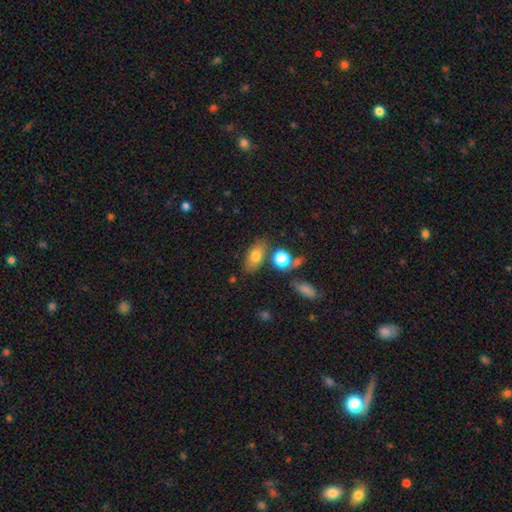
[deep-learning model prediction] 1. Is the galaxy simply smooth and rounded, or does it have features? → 76% smooth, 15% featured or disk, 9% star or artifact.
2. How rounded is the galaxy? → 85% in between, 9% round, 6% cigar-shaped.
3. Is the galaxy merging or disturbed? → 70% none, 14% minor disturbance, 11% merger, 5% major disturbance.